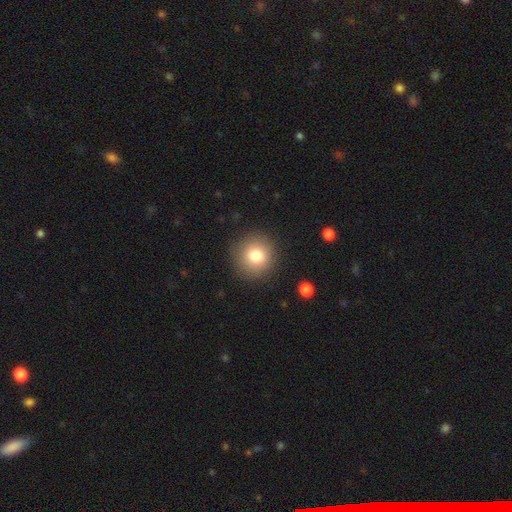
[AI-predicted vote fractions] Q: Smooth or featured?
A: smooth (79%); runner-up: star or artifact (11%)
Q: How rounded?
A: round (93%); runner-up: in between (6%)
Q: Merging?
A: none (89%); runner-up: minor disturbance (7%)